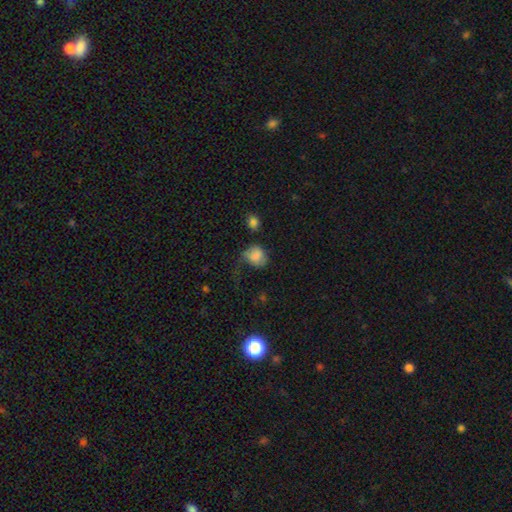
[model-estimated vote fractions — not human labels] Overall: smooth (79%). How rounded: round (57%; in between 42%). Merging: none (40%; minor disturbance 32%).